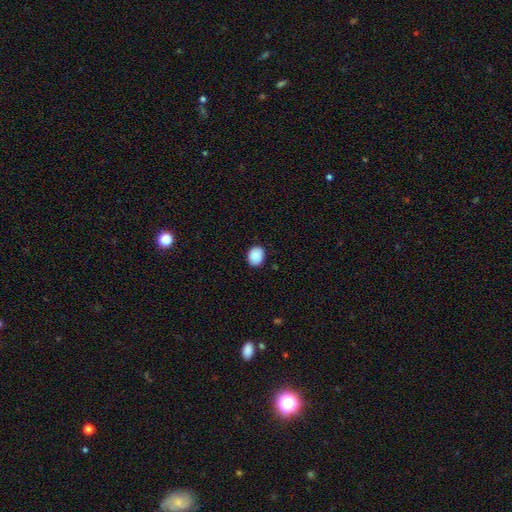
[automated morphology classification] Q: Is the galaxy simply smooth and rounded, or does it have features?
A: smooth — 90%.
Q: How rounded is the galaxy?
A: round — 57%.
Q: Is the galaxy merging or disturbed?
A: none — 86%.